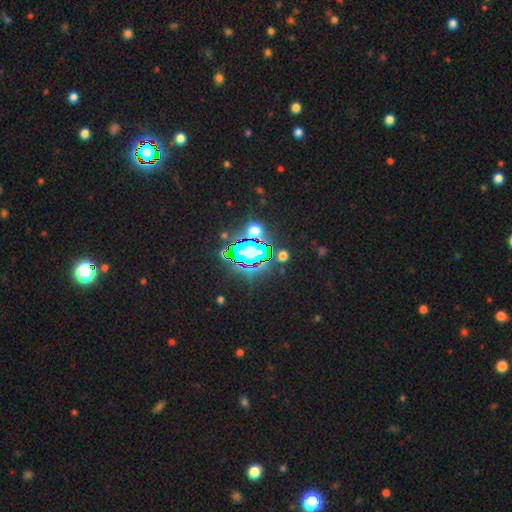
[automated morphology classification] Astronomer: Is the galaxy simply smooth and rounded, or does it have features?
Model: star or artifact — 79%.